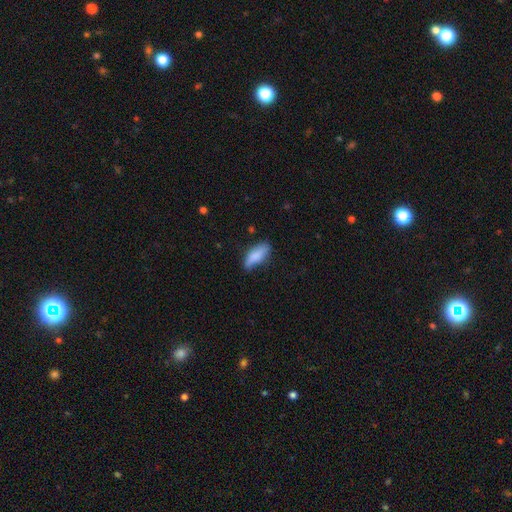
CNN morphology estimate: A smooth galaxy with no disk features (82%) that is in between round and cigar-shaped (70%).

Vote fractions:
- Smooth or featured? smooth: 82% / featured or disk: 12% / star or artifact: 6%
- How rounded? in between: 70% / cigar-shaped: 27% / round: 2%
- Merging? none: 67% / minor disturbance: 26% / major disturbance: 5% / merger: 2%